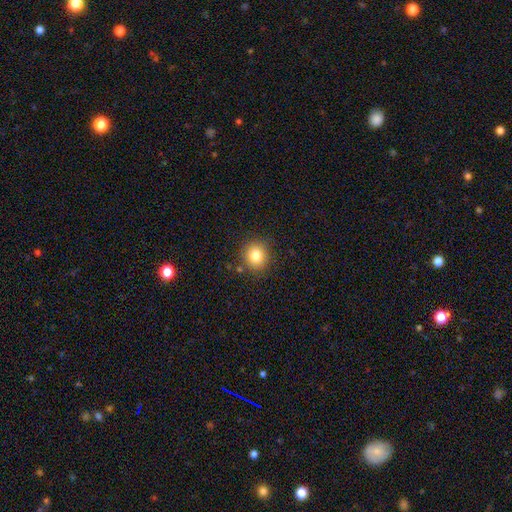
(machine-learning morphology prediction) Smooth or featured?
  - smooth: 82% *
  - star or artifact: 11%
  - featured or disk: 7%
How rounded?
  - round: 84% *
  - in between: 15%
  - cigar-shaped: 1%
Merging?
  - none: 86% *
  - minor disturbance: 9%
  - major disturbance: 3%
  - merger: 3%